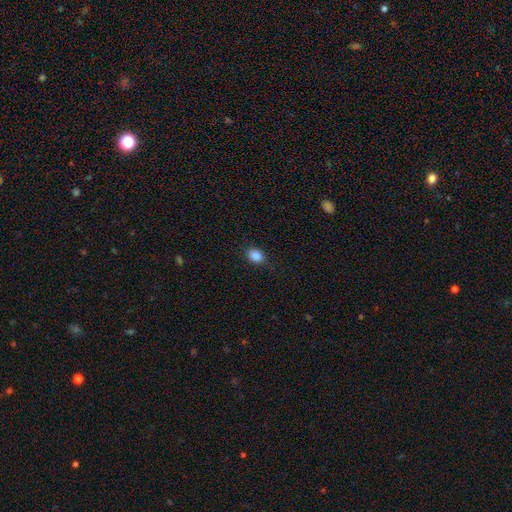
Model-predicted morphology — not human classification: A smooth galaxy with no disk features (86%) that is in between round and cigar-shaped (62%). Merging: none (86%).